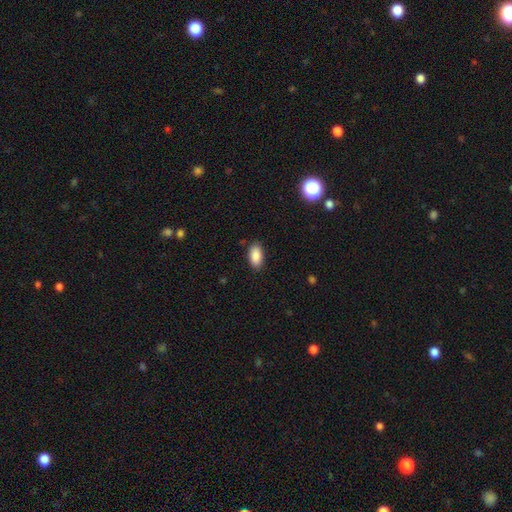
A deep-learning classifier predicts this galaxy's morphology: Overall: smooth (89%). How rounded: in between (94%). Merging: none (87%).